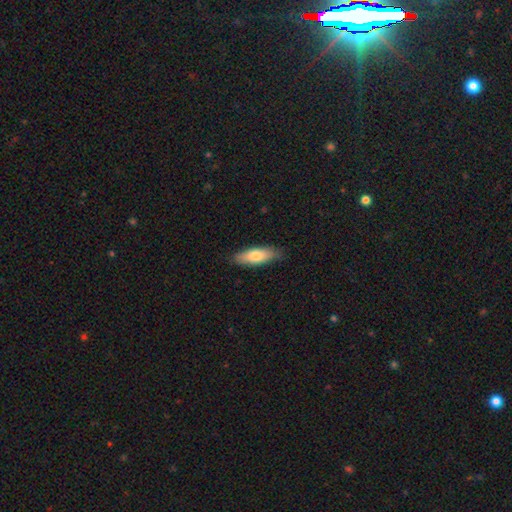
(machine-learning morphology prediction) A smooth galaxy with no disk features (76%) that is in between round and cigar-shaped (59%).

Vote fractions:
- Smooth or featured? smooth: 76% / featured or disk: 19% / star or artifact: 6%
- How rounded? in between: 59% / cigar-shaped: 39% / round: 2%
- Merging? none: 85% / minor disturbance: 12% / major disturbance: 2% / merger: 1%